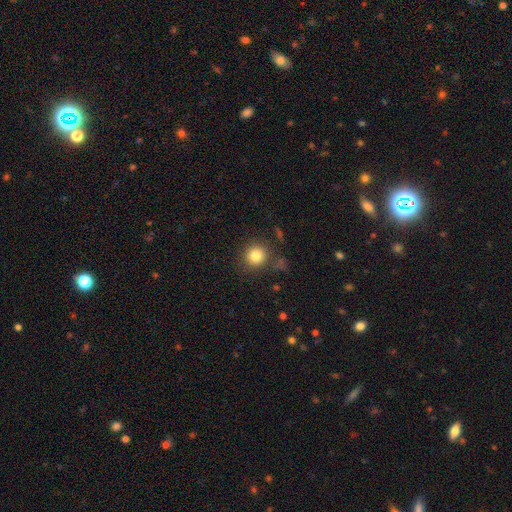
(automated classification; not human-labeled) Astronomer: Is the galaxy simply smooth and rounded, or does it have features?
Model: smooth — 82%.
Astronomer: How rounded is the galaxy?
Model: round — 90%.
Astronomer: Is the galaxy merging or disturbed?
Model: none — 81%.